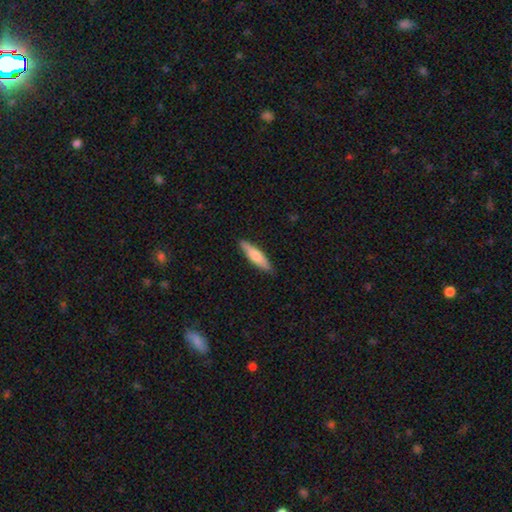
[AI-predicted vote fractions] smooth 72%, featured or disk 23%, star or artifact 5%. Down the decision tree: how rounded — cigar-shaped (74%); merging — none (85%).